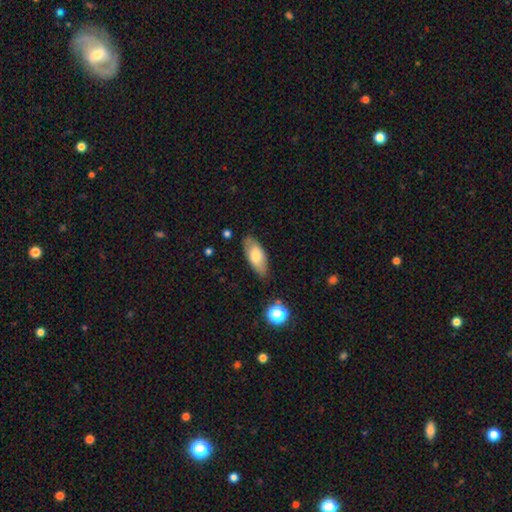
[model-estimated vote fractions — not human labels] A smooth galaxy with no disk features (68%) that is in between round and cigar-shaped (86%).

Vote fractions:
- Smooth or featured? smooth: 68% / featured or disk: 25% / star or artifact: 7%
- How rounded? in between: 86% / cigar-shaped: 11% / round: 3%
- Merging? none: 76% / minor disturbance: 18% / major disturbance: 4% / merger: 2%